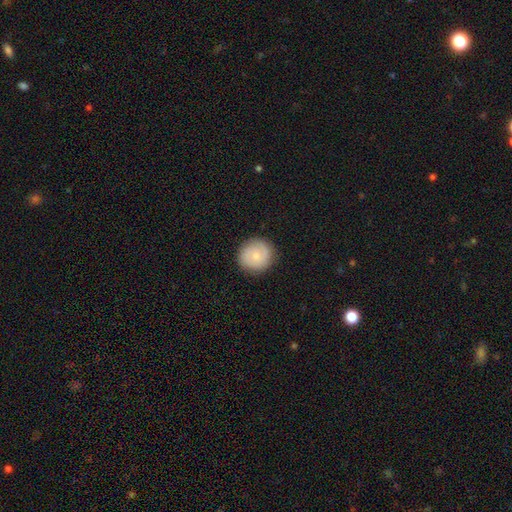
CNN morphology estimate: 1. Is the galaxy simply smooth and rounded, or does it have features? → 67% smooth, 26% featured or disk, 7% star or artifact.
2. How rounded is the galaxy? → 91% round, 8% in between, 1% cigar-shaped.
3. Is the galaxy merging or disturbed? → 88% none, 9% minor disturbance, 2% major disturbance, 1% merger.